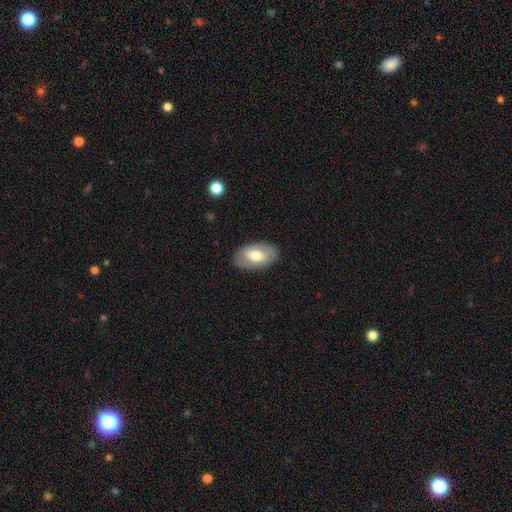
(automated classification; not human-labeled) Overall: smooth (54%; featured or disk 39%). How rounded: in between (93%). Merging: none (82%).